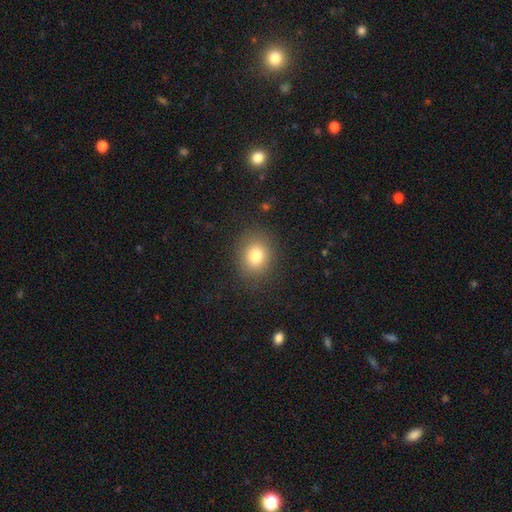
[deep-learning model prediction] Smooth or featured? Predicted: smooth (p=0.79). How rounded? Predicted: round (p=0.61). Merging? Predicted: none (p=0.85).